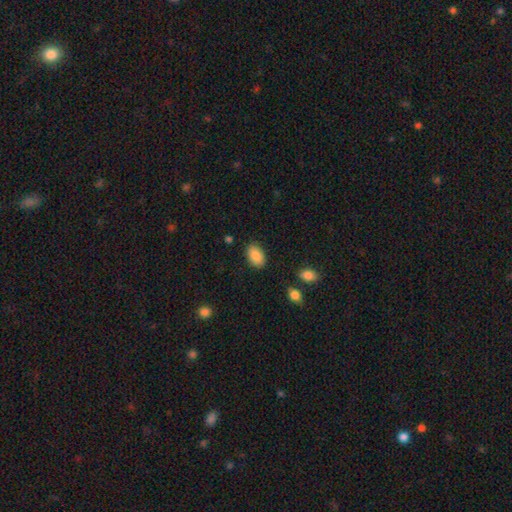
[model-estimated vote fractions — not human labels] Overall: smooth (88%). How rounded: in between (92%). Merging: none (85%).